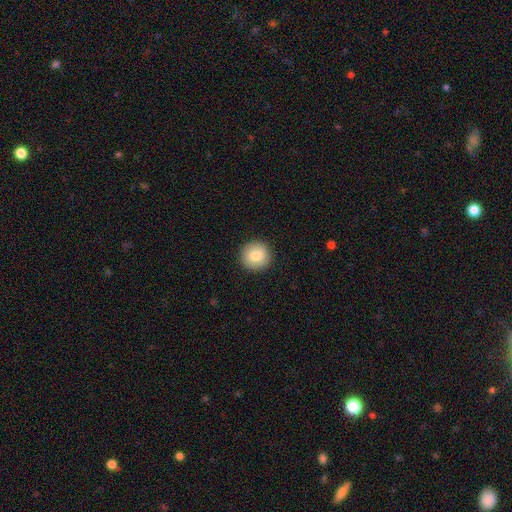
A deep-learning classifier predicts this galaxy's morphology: The model was most divided on "smooth or featured": smooth: 81%, featured or disk: 10%, star or artifact: 8%. More confident: how rounded — round (94%); merging — none (92%).